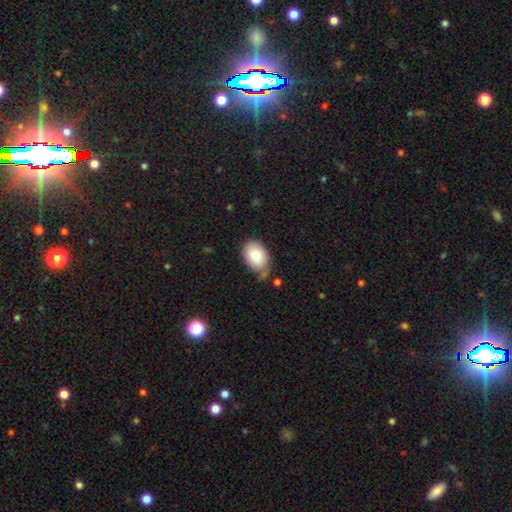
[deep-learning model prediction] Smooth or featured? smooth (87%)
How rounded? in between (87%)
Merging? none (60%)